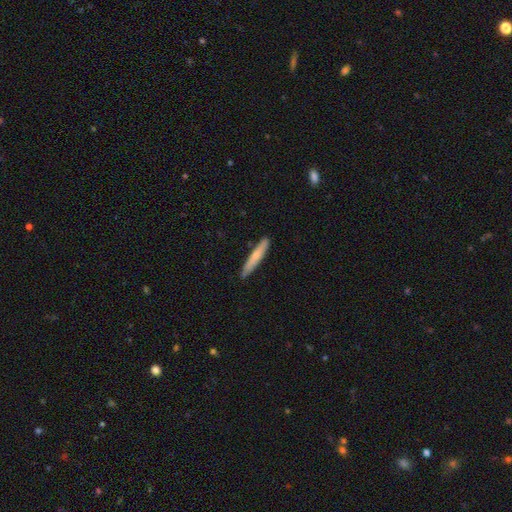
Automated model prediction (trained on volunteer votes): Overall: smooth (65%; featured or disk 30%). How rounded: cigar-shaped (93%). Merging: none (85%).